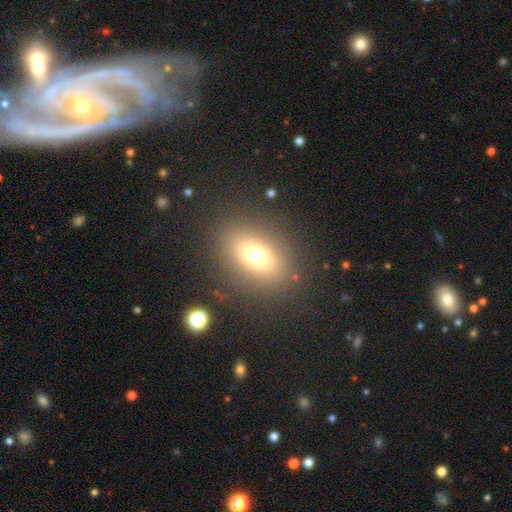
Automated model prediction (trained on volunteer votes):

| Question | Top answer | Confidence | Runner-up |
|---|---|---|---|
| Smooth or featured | smooth | 70% | featured or disk (17%) |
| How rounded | in between | 73% | round (20%) |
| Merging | none | 85% | minor disturbance (9%) |